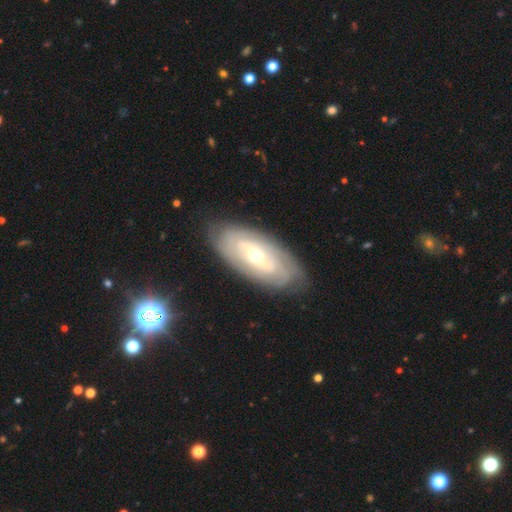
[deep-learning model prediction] smooth-or-featured: featured or disk: 78% | smooth: 17% | star or artifact: 6%
  disk-edge-on: no: 90% | yes: 10%
    bar: no: 45% | weak: 36% | strong: 19%
    has-spiral-arms: yes: 81% | no: 19%
      spiral-winding: tight: 73% | medium: 20% | loose: 7%
      spiral-arm-count: can't tell: 52% | 2: 26% | 3: 9% | 4: 6% | more than 4: 4% | 1: 4%
    bulge-size: moderate: 61% | small: 34% | large: 3% | dominant: 1% | none: 1%
  merging: none: 82% | minor disturbance: 13% | major disturbance: 4% | merger: 1%